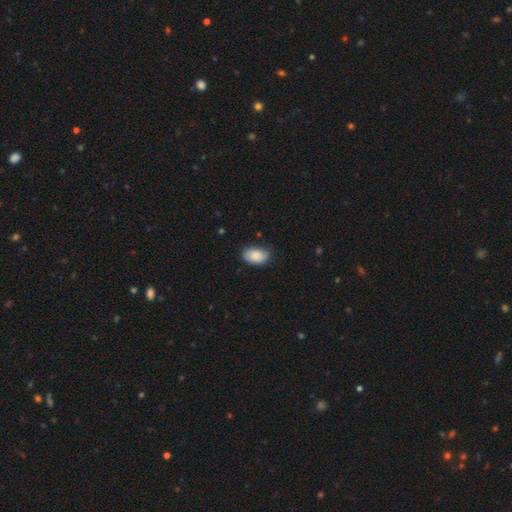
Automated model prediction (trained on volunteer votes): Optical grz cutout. It shows a smooth galaxy with no disk features (85%) that is in between round and cigar-shaped (92%). Merging: none (71%).